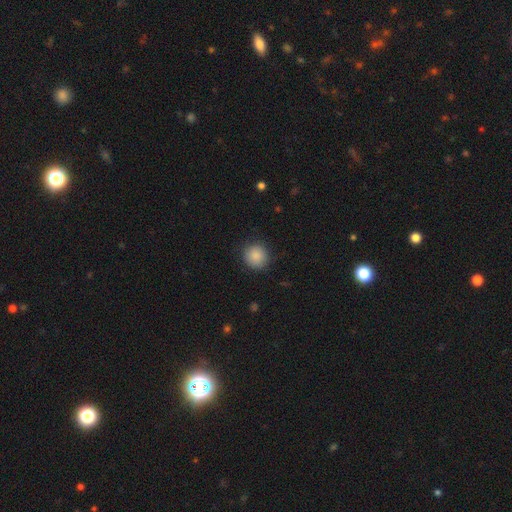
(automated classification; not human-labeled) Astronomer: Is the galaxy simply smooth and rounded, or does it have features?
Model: smooth — 88%.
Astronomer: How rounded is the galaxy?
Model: round — 91%.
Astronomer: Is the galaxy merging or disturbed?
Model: none — 86%.